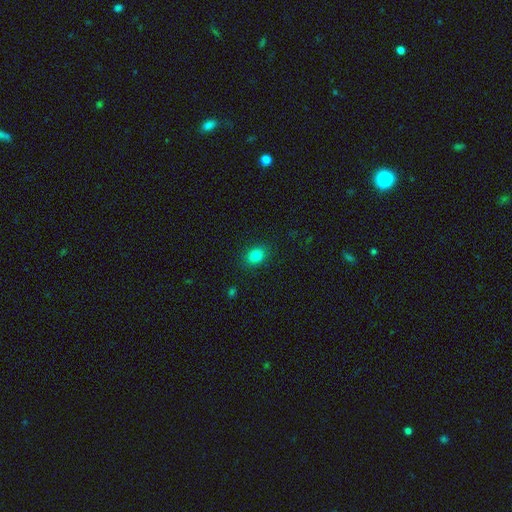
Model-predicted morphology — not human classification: The model was most divided on "how rounded": in between: 63%, round: 35%, cigar-shaped: 1%. More confident: merging — none (88%); smooth or featured — smooth (83%).